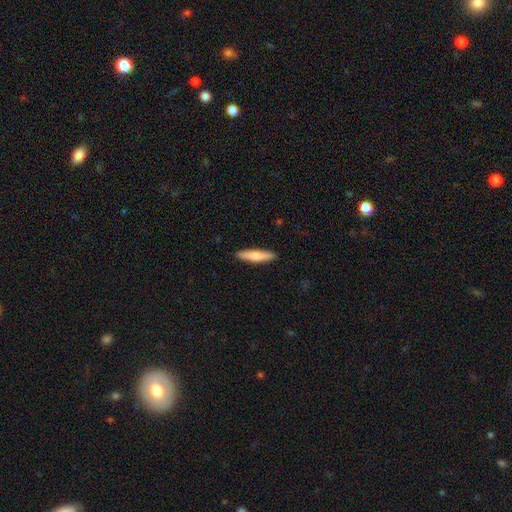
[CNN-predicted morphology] Smooth or featured?
  - smooth: 72% *
  - featured or disk: 23%
  - star or artifact: 5%
How rounded?
  - cigar-shaped: 85% *
  - in between: 13%
  - round: 1%
Merging?
  - none: 91% *
  - minor disturbance: 7%
  - major disturbance: 1%
  - merger: 1%